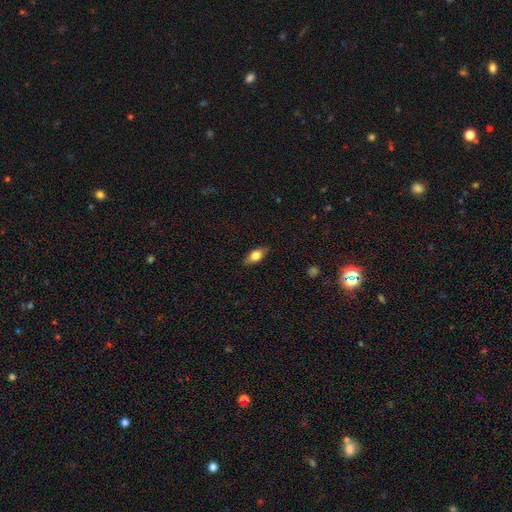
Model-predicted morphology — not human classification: This appears to be a smooth galaxy with no disk features (74%) that is in between round and cigar-shaped (84%). Merging: none (84%).